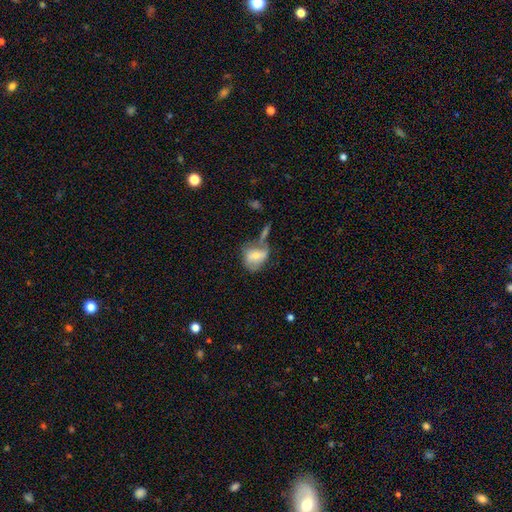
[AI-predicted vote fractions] Smooth or featured?
  - smooth: 59% *
  - featured or disk: 33%
  - star or artifact: 8%
How rounded?
  - in between: 56% *
  - round: 42%
  - cigar-shaped: 2%
Merging?
  - none: 36% *
  - merger: 25%
  - minor disturbance: 23%
  - major disturbance: 17%